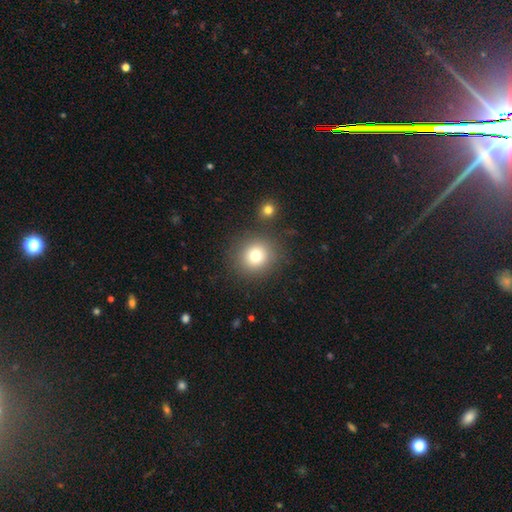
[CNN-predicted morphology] A smooth galaxy with no disk features (76%) that is round (89%).

Vote fractions:
- Smooth or featured? smooth: 76% / star or artifact: 13% / featured or disk: 11%
- How rounded? round: 89% / in between: 11% / cigar-shaped: 1%
- Merging? none: 83% / minor disturbance: 8% / merger: 6% / major disturbance: 4%